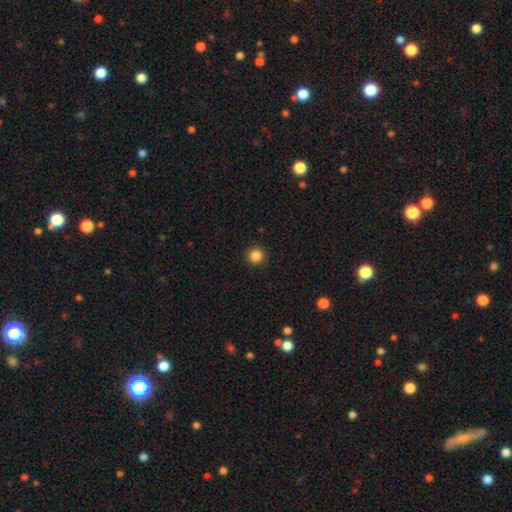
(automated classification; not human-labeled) This is clearly a smooth galaxy (86%). How rounded: clearly round (95%). Merging: clearly none (92%).